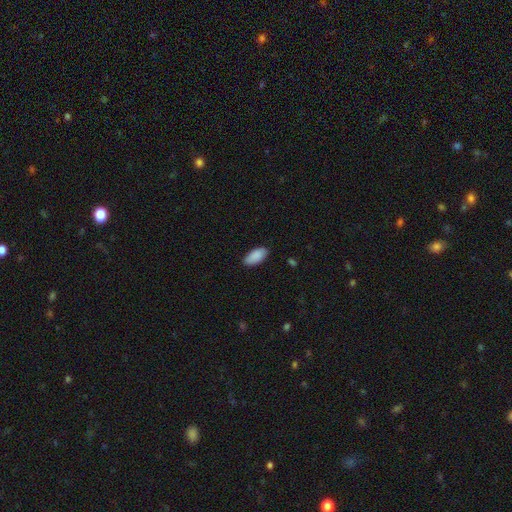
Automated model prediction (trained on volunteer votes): smooth_or_featured: smooth (p=0.90) [alt: star or artifact p=0.06]
how_rounded: in between (p=0.92) [alt: cigar-shaped p=0.06]
merging: none (p=0.84) [alt: minor disturbance p=0.12]